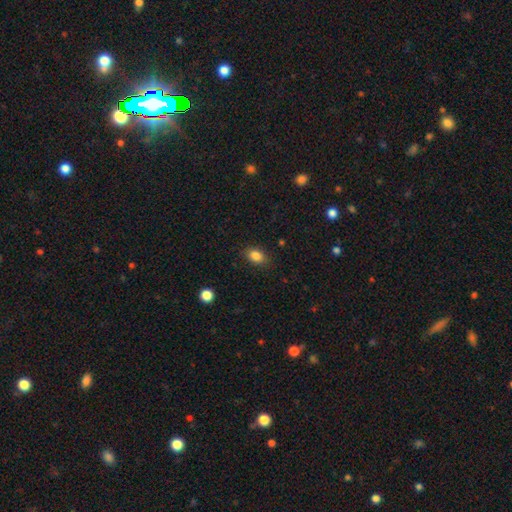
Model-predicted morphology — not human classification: Smooth or featured? Predicted: smooth (p=0.85). How rounded? Predicted: in between (p=0.78). Merging? Predicted: none (p=0.85).